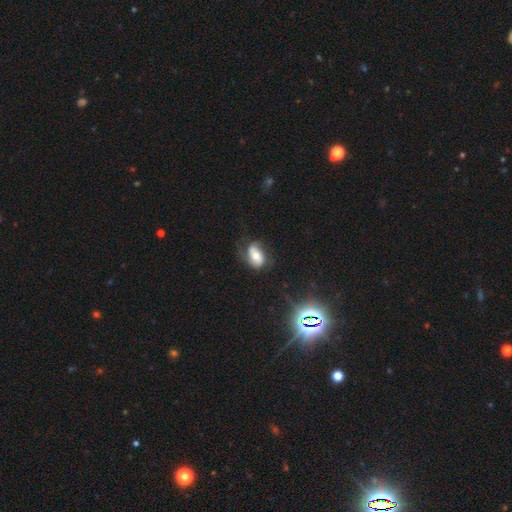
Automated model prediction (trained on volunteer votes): Smooth or featured?
  - featured or disk: 45% * (tied)
  - smooth: 45% * (tied)
  - star or artifact: 11%
Merging?
  - none: 56% *
  - minor disturbance: 26%
  - major disturbance: 16%
  - merger: 2%